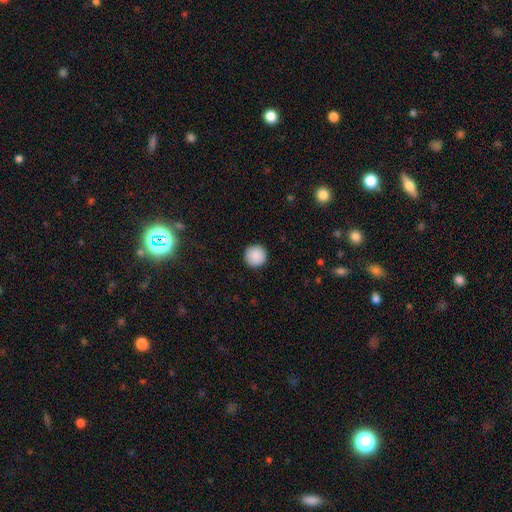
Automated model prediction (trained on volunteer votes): The model was most divided on "smooth or featured": smooth: 90%, star or artifact: 8%, featured or disk: 3%. More confident: how rounded — round (96%); merging — none (93%).